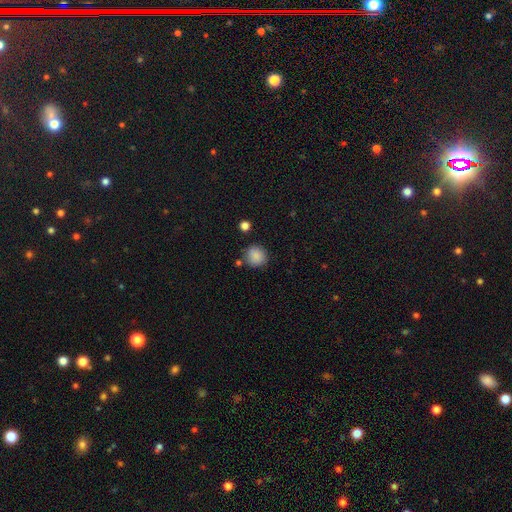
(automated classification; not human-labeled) Q: Smooth or featured?
A: smooth (86%); runner-up: star or artifact (9%)
Q: How rounded?
A: round (86%); runner-up: in between (13%)
Q: Merging?
A: none (78%); runner-up: minor disturbance (13%)